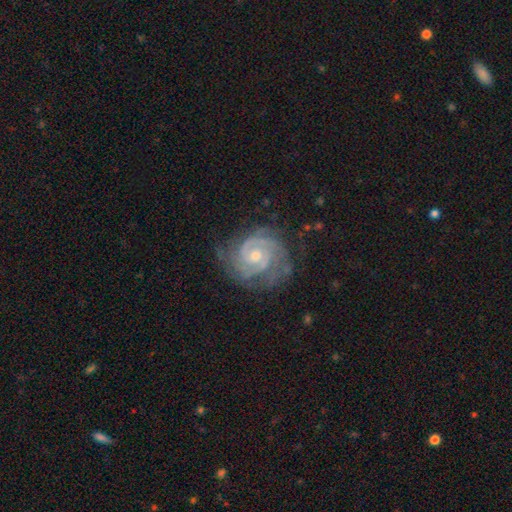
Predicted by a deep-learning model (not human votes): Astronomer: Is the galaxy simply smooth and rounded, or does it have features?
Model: featured or disk — 90%.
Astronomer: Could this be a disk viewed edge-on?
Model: no — 98%.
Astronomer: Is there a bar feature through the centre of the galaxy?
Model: no — 61%.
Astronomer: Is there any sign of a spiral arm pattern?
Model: yes — 98%.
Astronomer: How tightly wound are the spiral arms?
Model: tight — 71%.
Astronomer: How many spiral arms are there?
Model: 2 — 43% (runner-up: 3, 22%).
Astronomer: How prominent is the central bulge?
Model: moderate — 51% (runner-up: small, 44%).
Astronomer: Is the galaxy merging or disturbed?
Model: none — 69%.